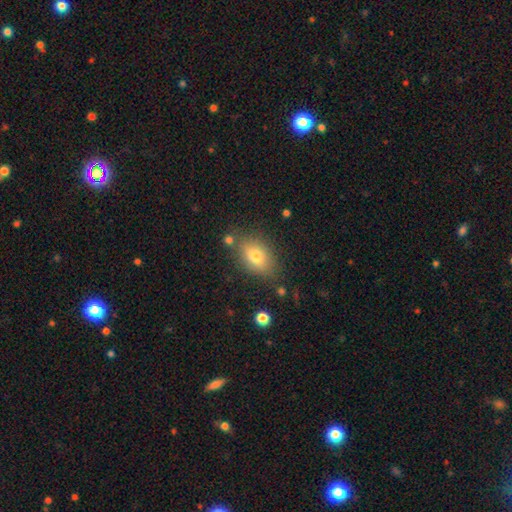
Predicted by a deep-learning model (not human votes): smooth_or_featured: smooth (p=0.75) [alt: featured or disk p=0.15]
how_rounded: in between (p=0.82) [alt: round p=0.15]
merging: none (p=0.75) [alt: minor disturbance p=0.15]